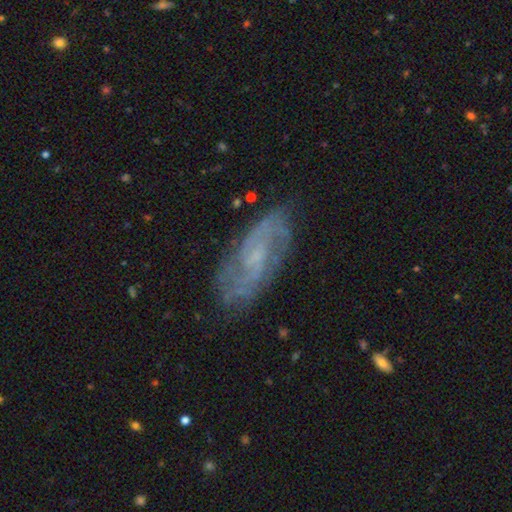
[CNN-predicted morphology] Smooth or featured? featured or disk (77%)
Edge-on disk? no (92%)
Bar? no (47%)
Spiral arms? yes (92%)
Spiral winding? medium (45%)
Spiral arm count? 2 (56%)
Bulge size? small (62%)
Merging? none (78%)